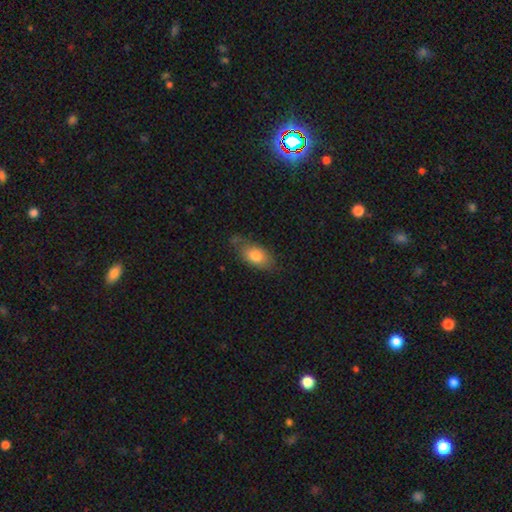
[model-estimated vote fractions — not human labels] A smooth galaxy with no disk features (77%) that is in between round and cigar-shaped (87%). Merging: none (62%).